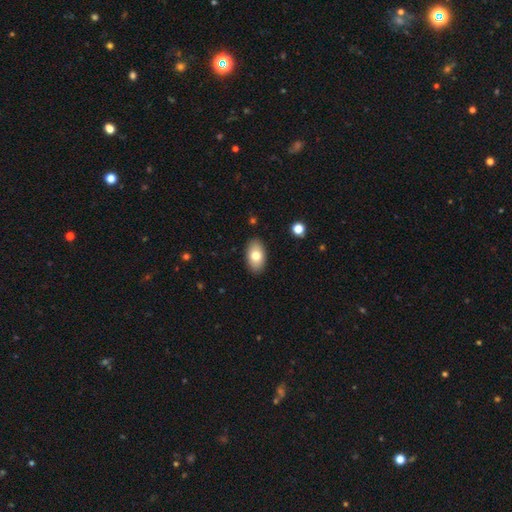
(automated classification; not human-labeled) Smooth or featured?
  - smooth: 77% *
  - featured or disk: 16%
  - star or artifact: 7%
How rounded?
  - in between: 93% *
  - round: 5%
  - cigar-shaped: 2%
Merging?
  - none: 89% *
  - minor disturbance: 8%
  - major disturbance: 2%
  - merger: 1%